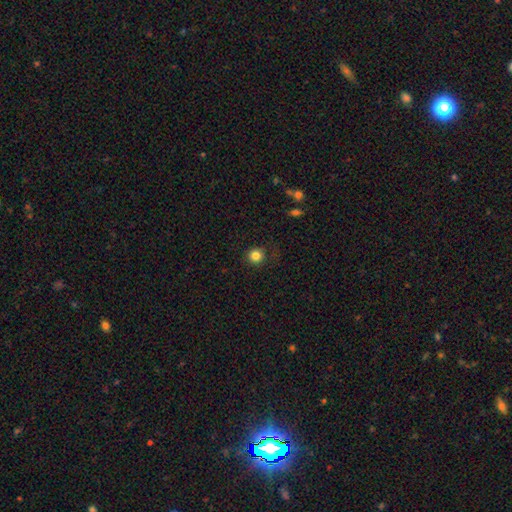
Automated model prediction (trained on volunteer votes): Smooth or featured? Predicted: smooth (p=0.83). How rounded? Predicted: round (p=0.91). Merging? Predicted: none (p=0.84).